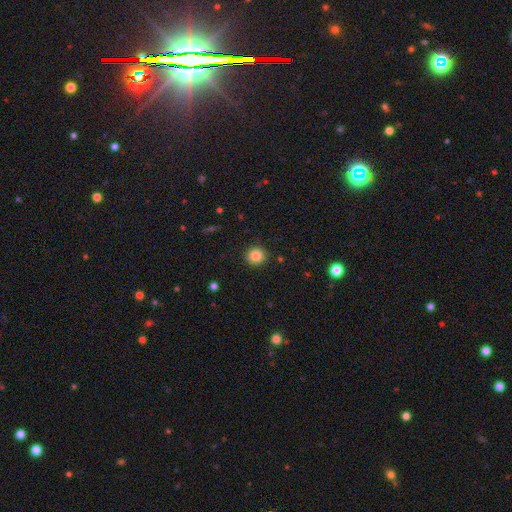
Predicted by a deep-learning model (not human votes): Smooth or featured: smooth — 84% (star or artifact — 10%)
How rounded: round — 91% (in between — 8%)
Merging: none — 91% (minor disturbance — 6%)